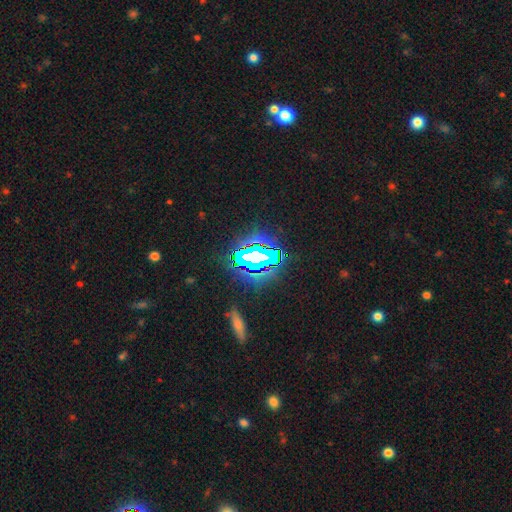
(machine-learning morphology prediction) Smooth or featured? Predicted: star or artifact (p=0.67).